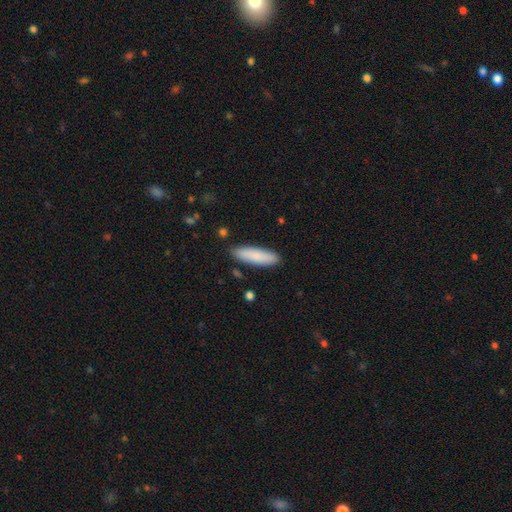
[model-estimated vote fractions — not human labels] Smooth or featured? Predicted: smooth (p=0.86). How rounded? Predicted: cigar-shaped (p=0.61). Merging? Predicted: none (p=0.88).